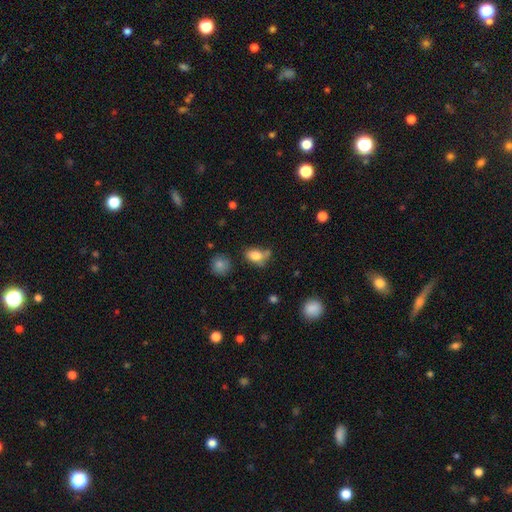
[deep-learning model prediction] smooth-or-featured: smooth: 81% | star or artifact: 10% | featured or disk: 9%
  how-rounded: in between: 78% | round: 20% | cigar-shaped: 2%
  merging: none: 49% | minor disturbance: 26% | merger: 16% | major disturbance: 10%